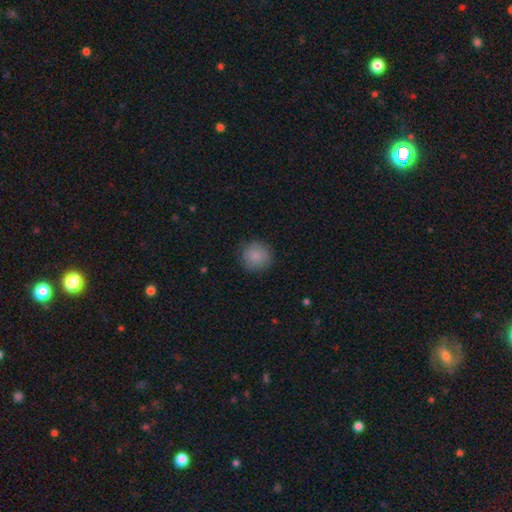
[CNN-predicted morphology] Smooth or featured? smooth (87%)
How rounded? round (93%)
Merging? none (86%)